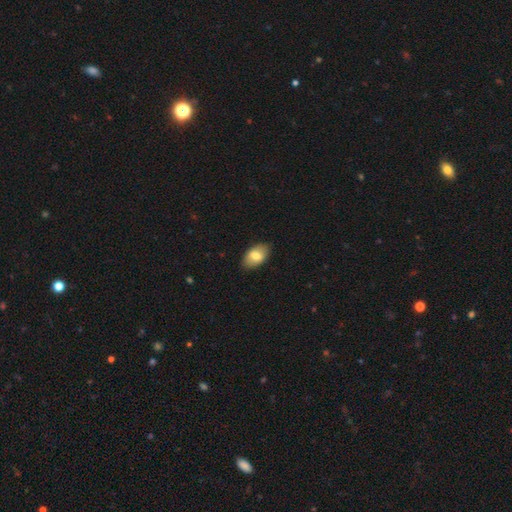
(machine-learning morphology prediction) Smooth or featured? smooth (75%)
How rounded? in between (92%)
Merging? none (86%)